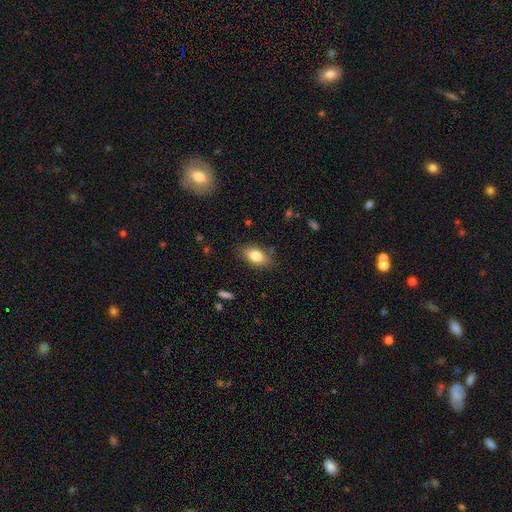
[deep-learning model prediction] Smooth or featured? Predicted: smooth (p=0.79). How rounded? Predicted: in between (p=0.87). Merging? Predicted: none (p=0.82).